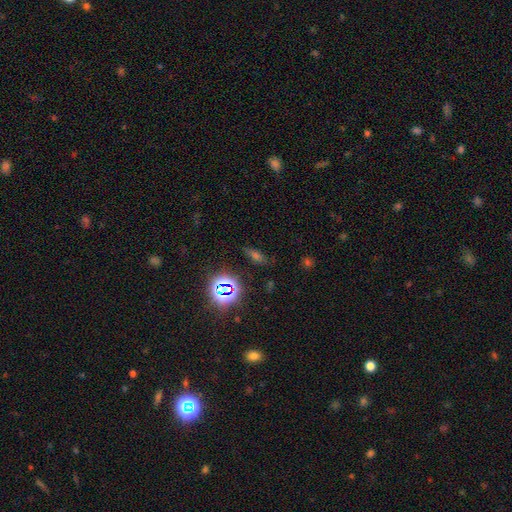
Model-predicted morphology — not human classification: A star or artifact, not a galaxy (44%).